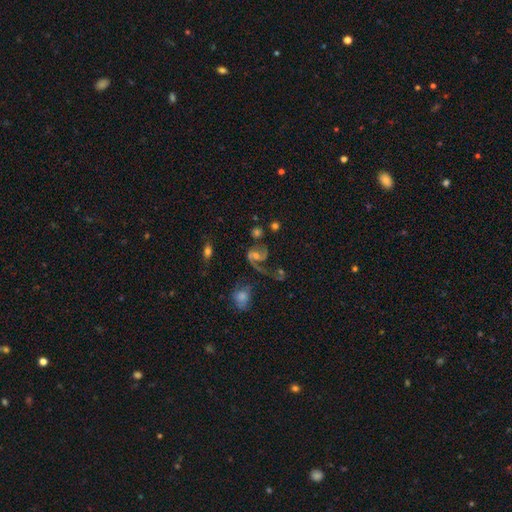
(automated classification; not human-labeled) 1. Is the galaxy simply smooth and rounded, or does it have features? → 77% featured or disk, 11% smooth, 11% star or artifact.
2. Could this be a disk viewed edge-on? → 98% no, 2% yes.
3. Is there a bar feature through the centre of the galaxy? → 58% no, 32% weak, 11% strong.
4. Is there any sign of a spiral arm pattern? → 93% yes, 7% no.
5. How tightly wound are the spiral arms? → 48% medium, 38% loose, 14% tight.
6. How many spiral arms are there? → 68% 2, 24% 1, 4% can't tell, 2% 3, 1% 4, 1% more than 4.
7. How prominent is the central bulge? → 48% moderate, 37% small, 7% large, 6% none, 2% dominant.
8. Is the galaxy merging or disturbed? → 43% none, 26% major disturbance, 17% minor disturbance, 15% merger.